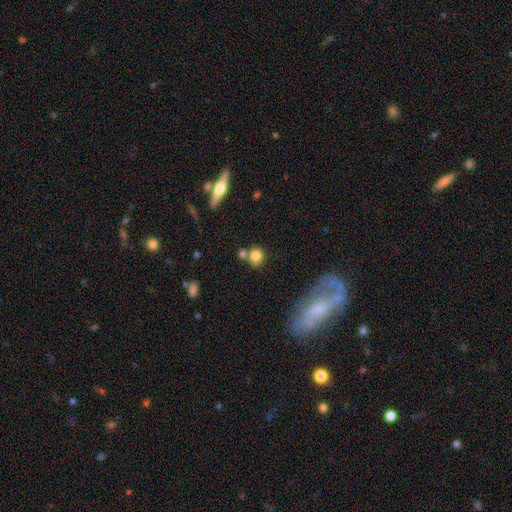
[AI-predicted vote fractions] Smooth or featured? smooth (80%)
How rounded? round (83%)
Merging? none (60%)